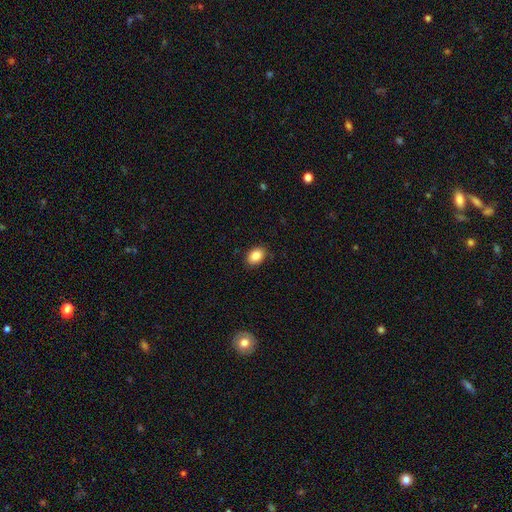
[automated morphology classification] This is clearly a smooth galaxy (87%). How rounded: clearly in between (80%). Merging: clearly none (87%).